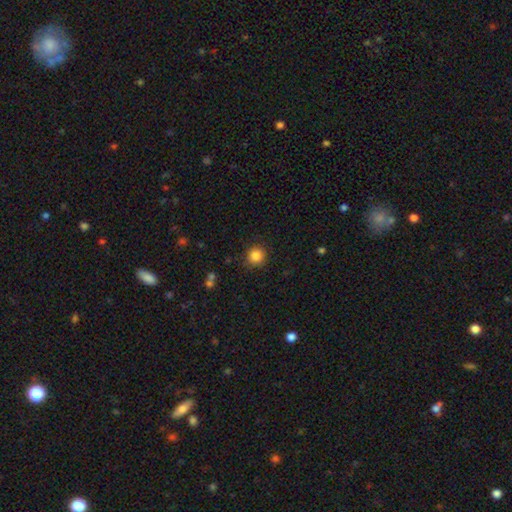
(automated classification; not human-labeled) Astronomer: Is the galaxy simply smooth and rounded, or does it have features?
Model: smooth — 85%.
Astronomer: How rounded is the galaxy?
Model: round — 93%.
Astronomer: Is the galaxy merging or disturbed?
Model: none — 88%.